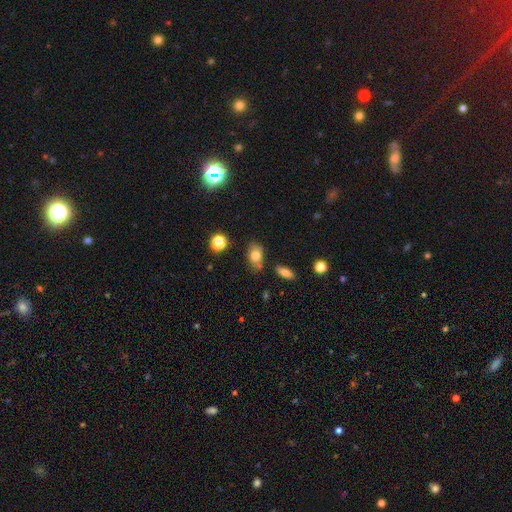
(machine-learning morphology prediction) The model was most divided on "merging": none: 70%, minor disturbance: 18%, merger: 8%, major disturbance: 4%. More confident: how rounded — in between (79%); smooth or featured — smooth (77%).